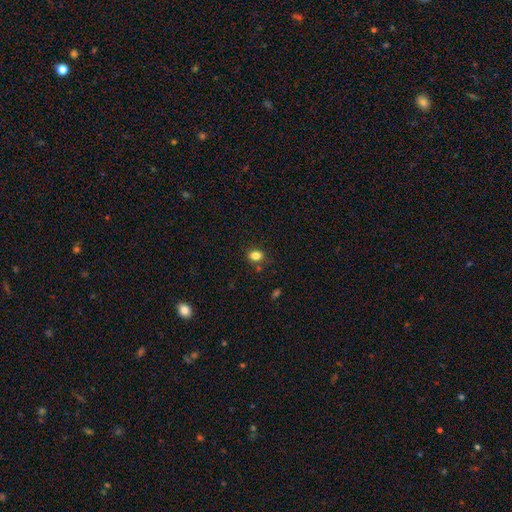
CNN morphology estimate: This is clearly a smooth galaxy (83%). How rounded: likely in between (65%). Merging: likely none (78%).